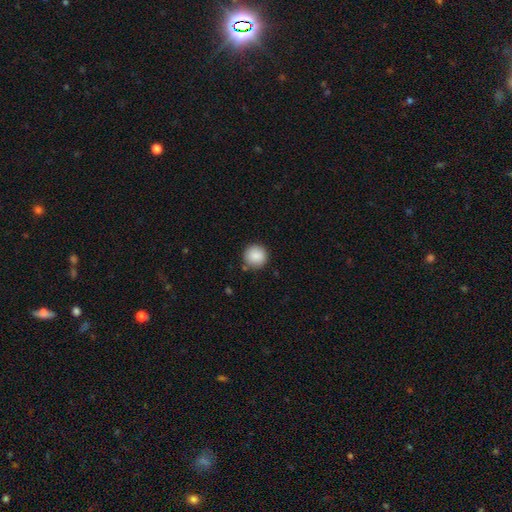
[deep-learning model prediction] The model was most divided on "merging": none: 87%, minor disturbance: 8%, major disturbance: 2%, merger: 2%. More confident: how rounded — round (95%); smooth or featured — smooth (89%).